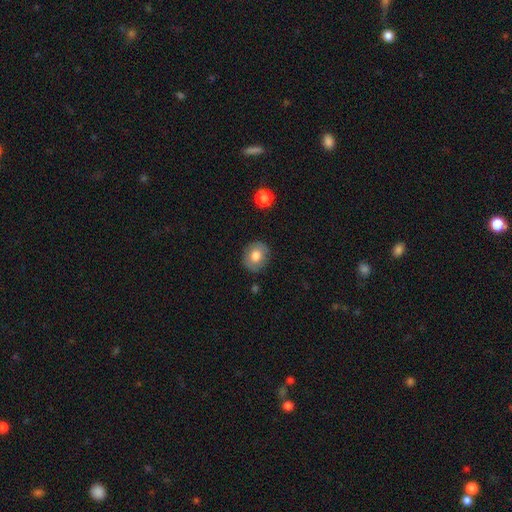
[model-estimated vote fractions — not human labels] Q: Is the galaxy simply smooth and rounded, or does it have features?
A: smooth — 72%.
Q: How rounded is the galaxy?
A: round — 78%.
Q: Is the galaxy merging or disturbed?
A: none — 85%.